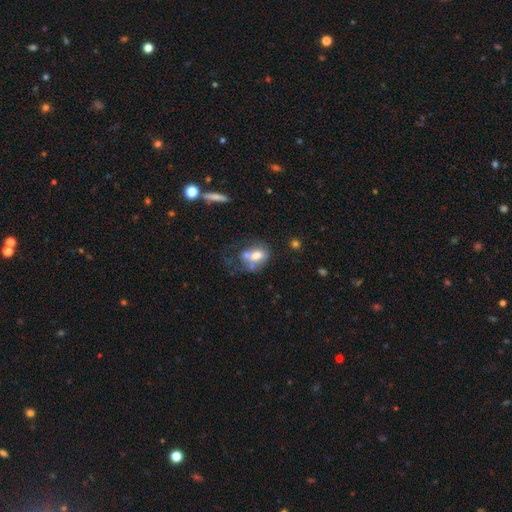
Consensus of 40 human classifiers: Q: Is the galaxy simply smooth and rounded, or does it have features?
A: smooth — 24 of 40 (60%).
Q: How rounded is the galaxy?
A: in between — 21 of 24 (88%).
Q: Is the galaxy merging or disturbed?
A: merger — 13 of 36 (36%).